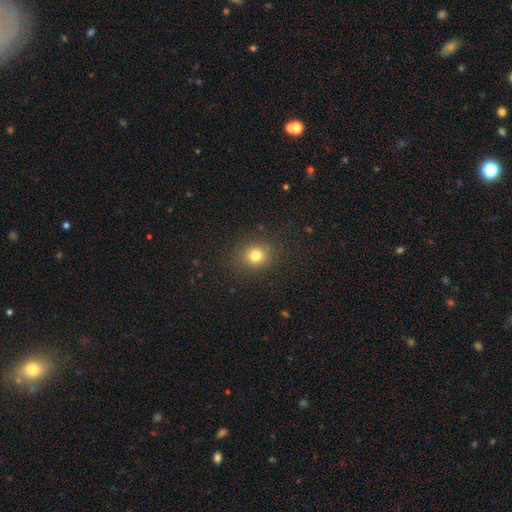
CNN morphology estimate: Smooth or featured: smooth — 79% (star or artifact — 14%)
How rounded: round — 75% (in between — 24%)
Merging: none — 87% (minor disturbance — 8%)